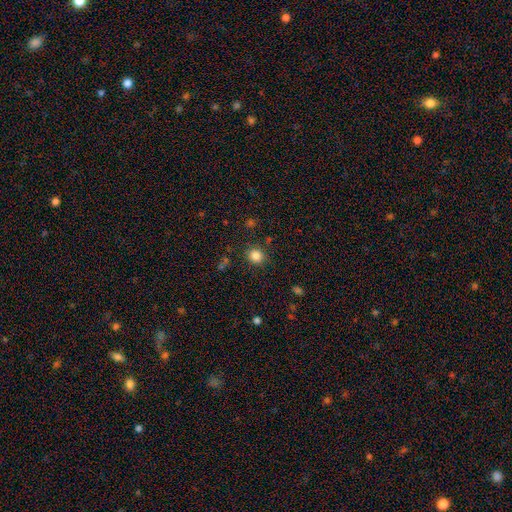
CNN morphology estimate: A smooth galaxy with no disk features (83%) that is round (83%). Merging: none (87%).